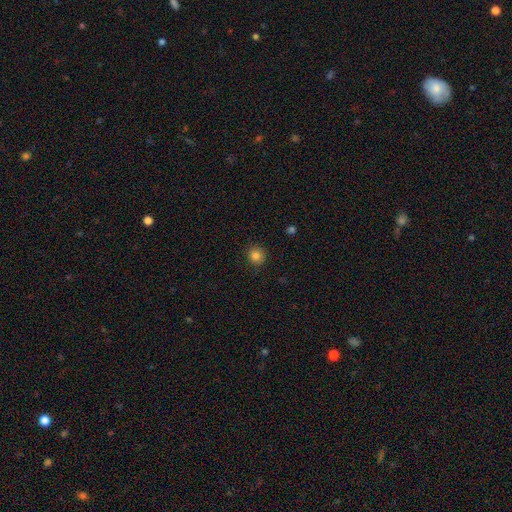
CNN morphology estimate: This appears to be a smooth galaxy with no disk features (83%) that is round (91%). Merging: none (90%).